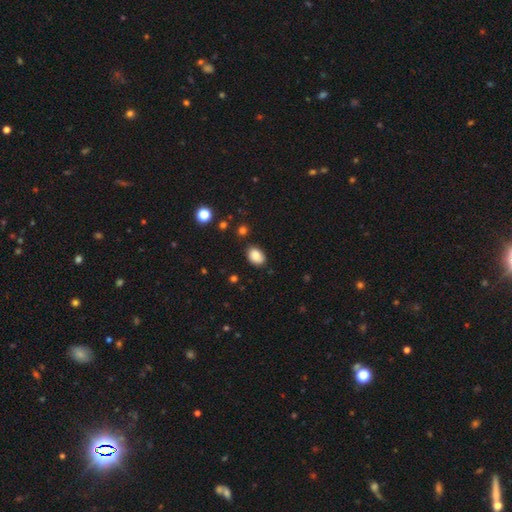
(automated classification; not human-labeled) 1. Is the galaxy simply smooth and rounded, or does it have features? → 86% smooth, 9% star or artifact, 6% featured or disk.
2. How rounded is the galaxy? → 80% in between, 19% round, 1% cigar-shaped.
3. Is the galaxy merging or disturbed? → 82% none, 13% minor disturbance, 3% major disturbance, 2% merger.